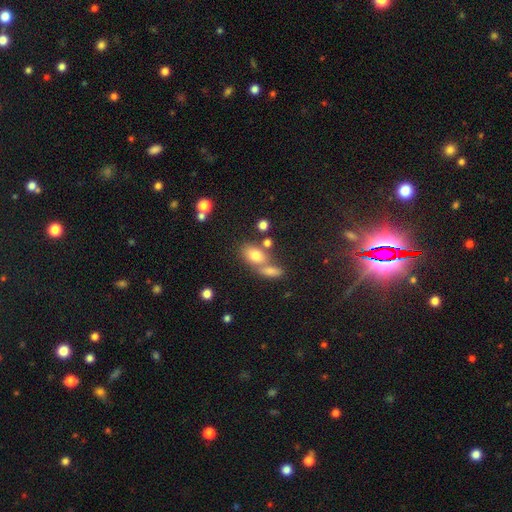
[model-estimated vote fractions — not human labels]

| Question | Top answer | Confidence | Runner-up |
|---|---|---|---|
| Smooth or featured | smooth | 76% | featured or disk (13%) |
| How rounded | in between | 83% | round (14%) |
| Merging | none | 43% | merger (40%) |